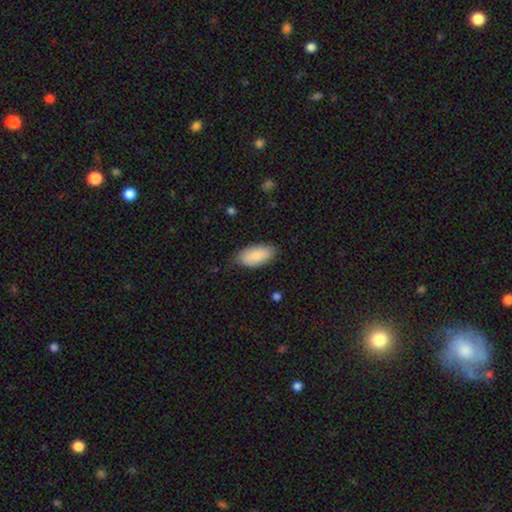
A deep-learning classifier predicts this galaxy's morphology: A smooth galaxy with no disk features (88%) that is in between round and cigar-shaped (92%). Merging: none (77%).